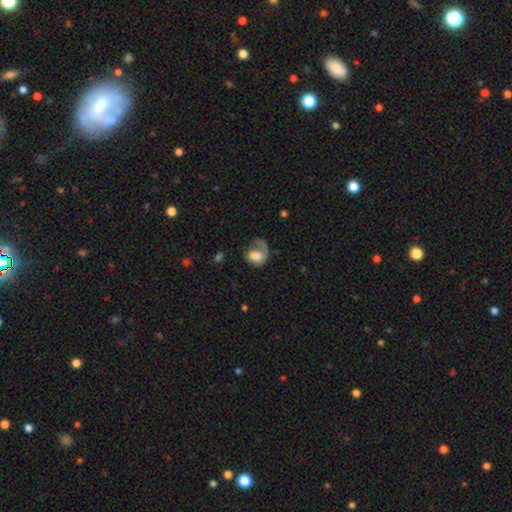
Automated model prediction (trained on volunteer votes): Smooth or featured?
  - smooth: 57% *
  - featured or disk: 35%
  - star or artifact: 9%
How rounded?
  - in between: 54% *
  - round: 45%
  - cigar-shaped: 1%
Merging?
  - major disturbance: 47% *
  - none: 29%
  - minor disturbance: 19%
  - merger: 5%